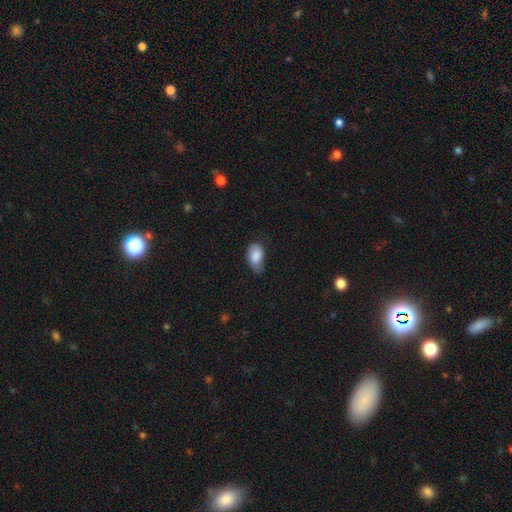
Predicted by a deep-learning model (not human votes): Q: Smooth or featured?
A: smooth (83%); runner-up: featured or disk (10%)
Q: How rounded?
A: in between (90%); runner-up: round (8%)
Q: Merging?
A: none (45%); runner-up: minor disturbance (42%)